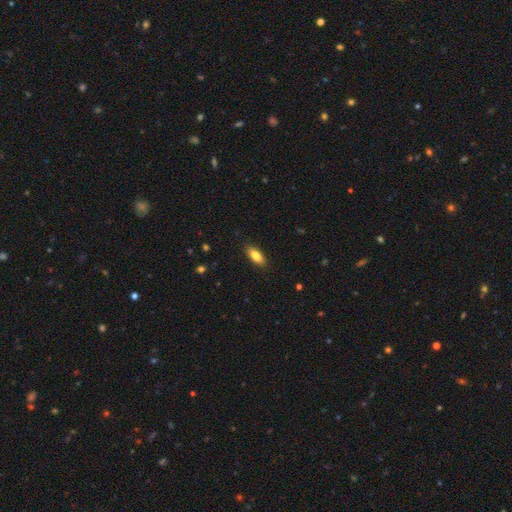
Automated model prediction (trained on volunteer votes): This appears to be a smooth galaxy with no disk features (83%) that is in between round and cigar-shaped (80%). Merging: none (88%).